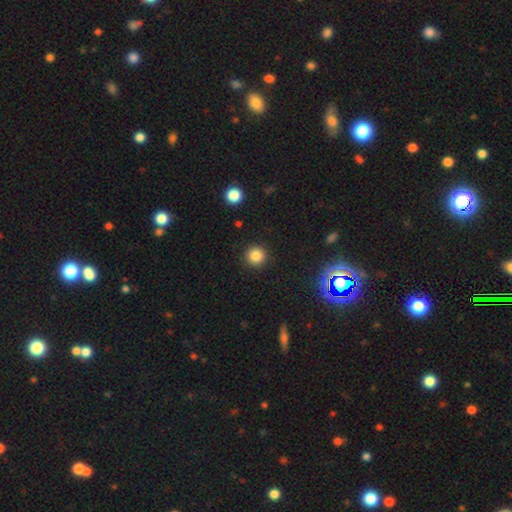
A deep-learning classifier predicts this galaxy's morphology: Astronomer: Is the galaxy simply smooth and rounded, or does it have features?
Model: smooth — 83%.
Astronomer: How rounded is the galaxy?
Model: round — 95%.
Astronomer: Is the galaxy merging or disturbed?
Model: none — 92%.